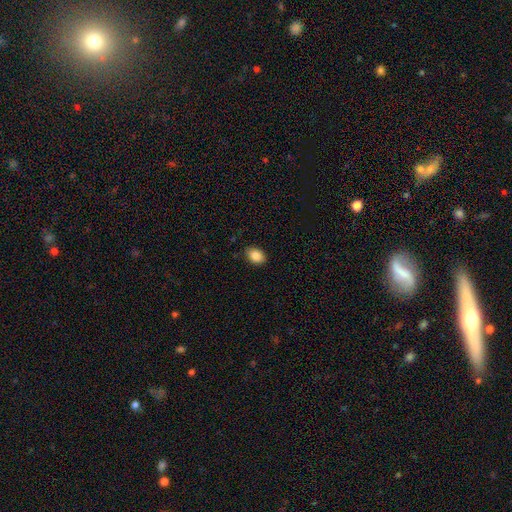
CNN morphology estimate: Smooth or featured: smooth — 87% (star or artifact — 8%)
How rounded: in between — 79% (round — 20%)
Merging: none — 86% (minor disturbance — 11%)